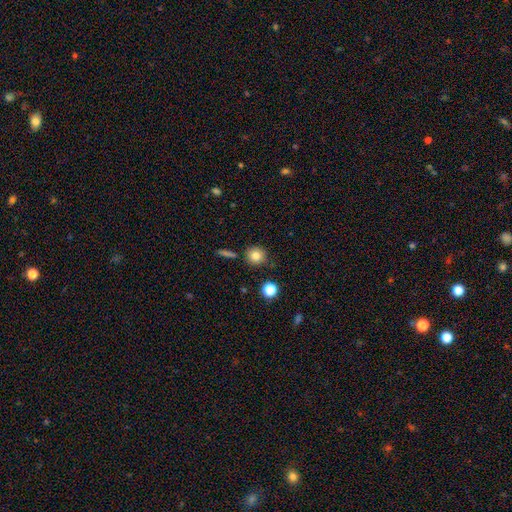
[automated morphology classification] smooth_or_featured: smooth (p=0.81) [alt: star or artifact p=0.11]
how_rounded: round (p=0.92) [alt: in between p=0.07]
merging: none (p=0.86) [alt: minor disturbance p=0.08]